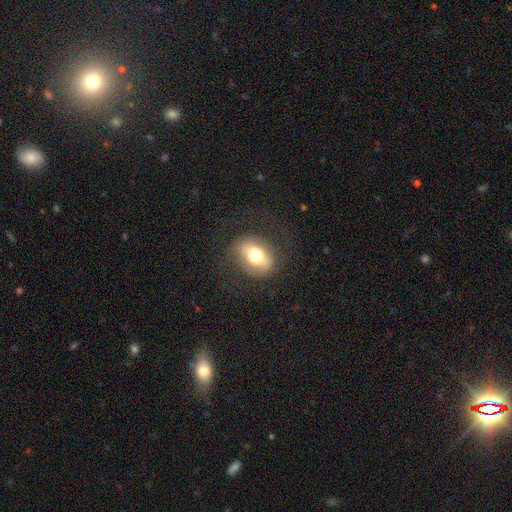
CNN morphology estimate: Smooth or featured? smooth (58%)
How rounded? in between (72%)
Merging? none (73%)